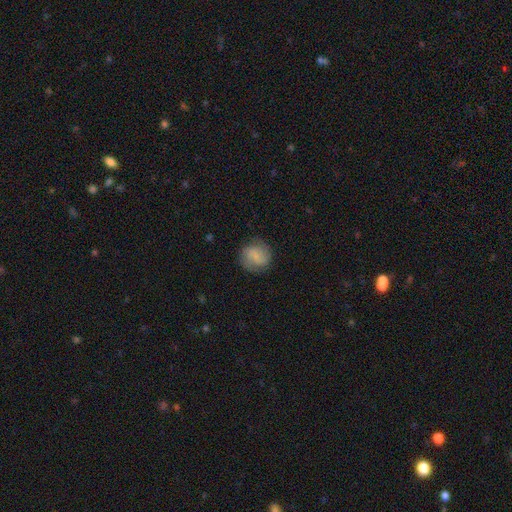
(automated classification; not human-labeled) The model was most divided on "smooth or featured": smooth: 59%, featured or disk: 33%, star or artifact: 8%. More confident: how rounded — round (82%); merging — none (78%).